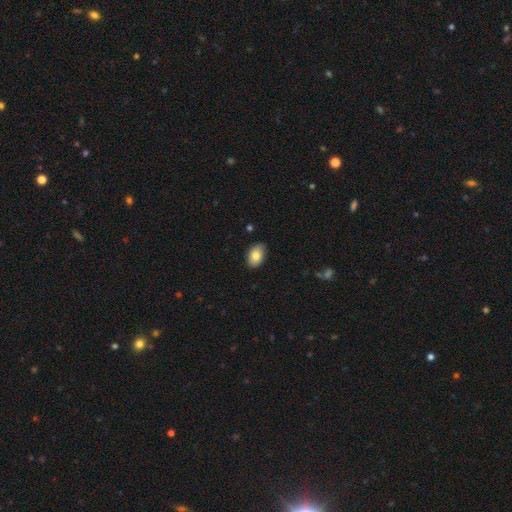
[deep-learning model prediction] A smooth galaxy with no disk features (83%) that is in between round and cigar-shaped (89%).

Vote fractions:
- Smooth or featured? smooth: 83% / featured or disk: 10% / star or artifact: 7%
- How rounded? in between: 89% / round: 10% / cigar-shaped: 1%
- Merging? none: 86% / minor disturbance: 11% / major disturbance: 2% / merger: 1%